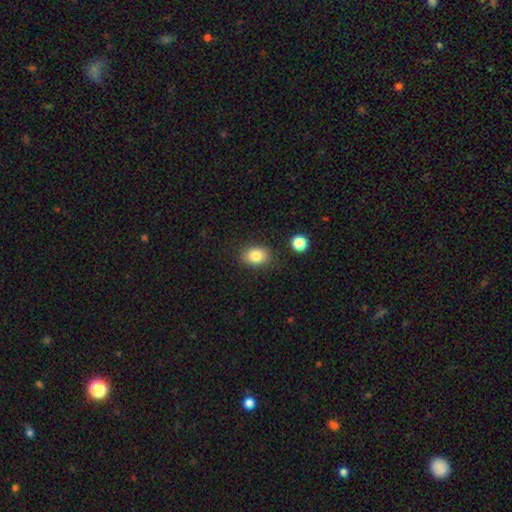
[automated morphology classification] Smooth or featured?
  - smooth: 84% *
  - star or artifact: 9%
  - featured or disk: 7%
How rounded?
  - in between: 65% *
  - round: 34%
  - cigar-shaped: 1%
Merging?
  - none: 82% *
  - minor disturbance: 11%
  - major disturbance: 3%
  - merger: 3%